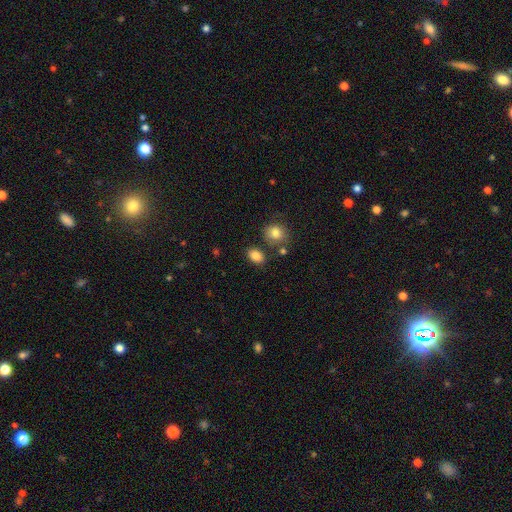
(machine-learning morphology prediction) The model was most divided on "how rounded": in between: 77%, round: 22%, cigar-shaped: 1%. More confident: smooth or featured — smooth (85%); merging — none (78%).